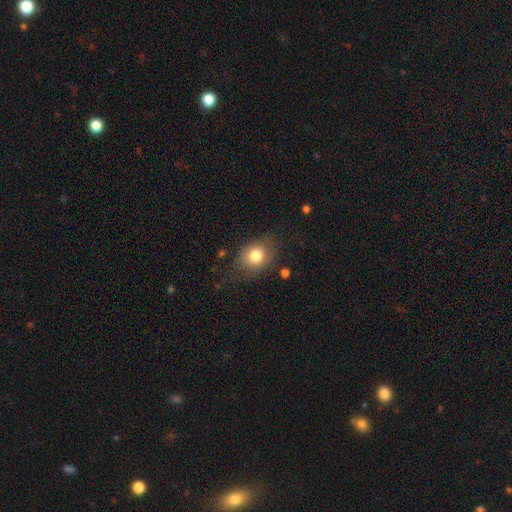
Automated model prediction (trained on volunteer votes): Morphology: type=smooth (79%); roundness=in between (50%); merging=none (69%).